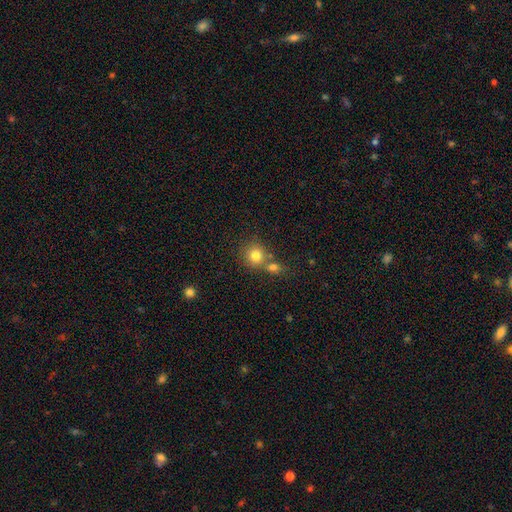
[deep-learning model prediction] smooth-or-featured: smooth: 80% | star or artifact: 12% | featured or disk: 8%
  how-rounded: round: 89% | in between: 10% | cigar-shaped: 1%
  merging: none: 57% | merger: 32% | minor disturbance: 8% | major disturbance: 3%